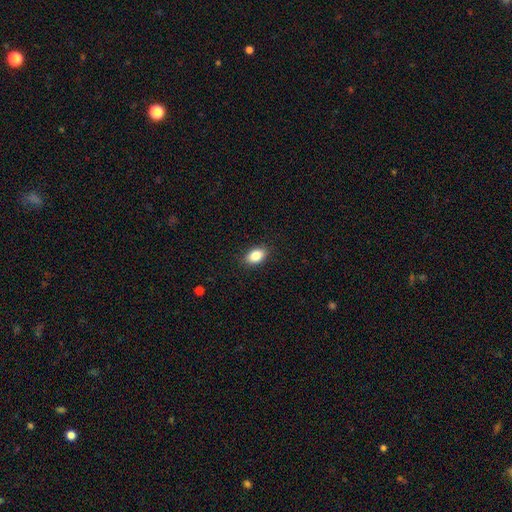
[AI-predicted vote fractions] Smooth or featured? Predicted: smooth (p=0.85). How rounded? Predicted: in between (p=0.87). Merging? Predicted: none (p=0.88).